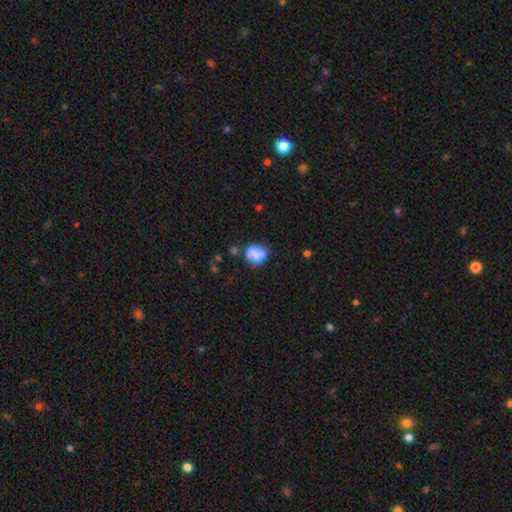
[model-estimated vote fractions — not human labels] Morphology: type=smooth (71%); roundness=in between (51%); merging=none (41%).